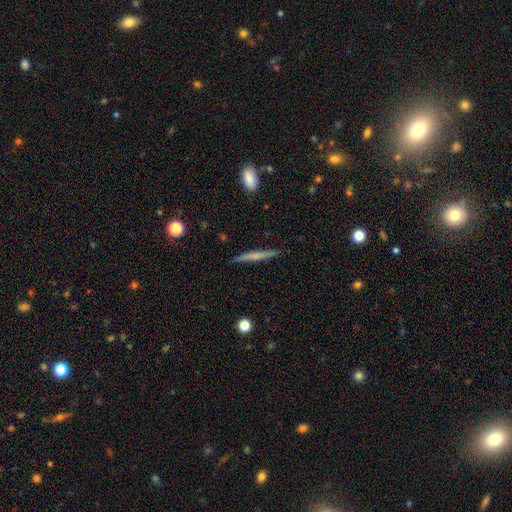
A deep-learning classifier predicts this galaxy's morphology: smooth 49%, featured or disk 45%, star or artifact 6%. Down the decision tree: merging — none (89%).